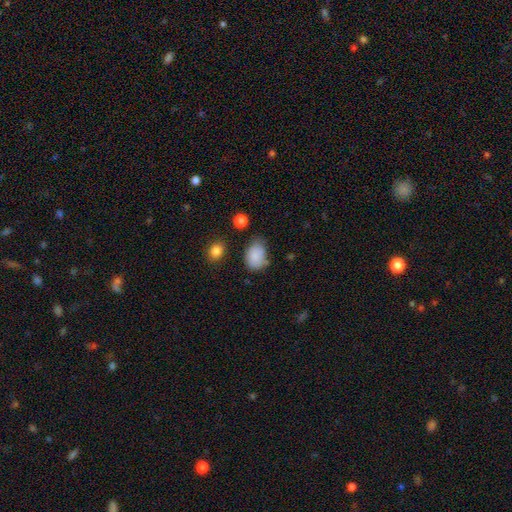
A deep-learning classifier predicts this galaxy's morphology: This appears to be a smooth galaxy with no disk features (85%) that is in between round and cigar-shaped (79%). Merging: none (60%).